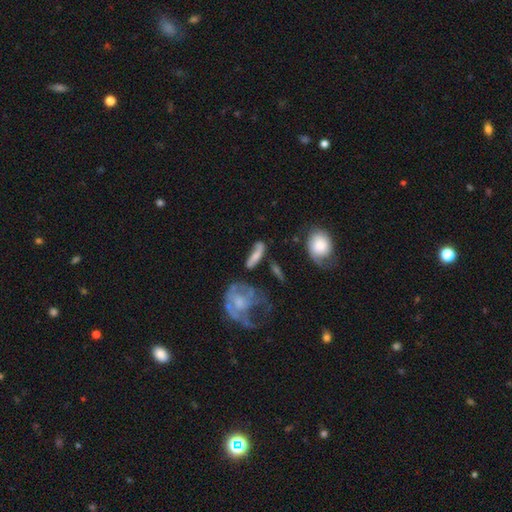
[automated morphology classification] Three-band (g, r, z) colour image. It shows a smooth galaxy with no disk features (55%) that is cigar-shaped (48%). Merging: none (53%).